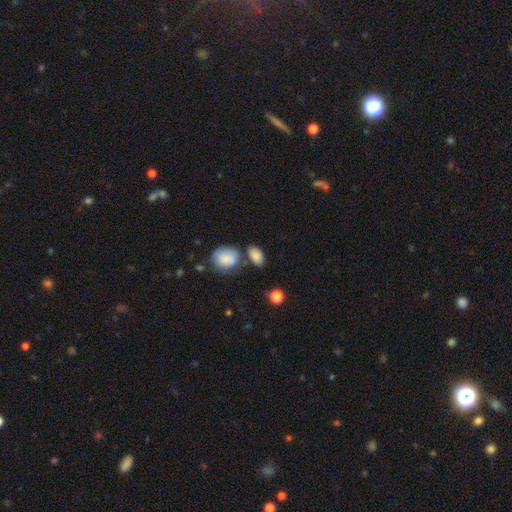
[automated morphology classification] smooth-or-featured: smooth: 85% | star or artifact: 9% | featured or disk: 6%
  how-rounded: in between: 86% | round: 12% | cigar-shaped: 2%
  merging: none: 62% | merger: 17% | minor disturbance: 16% | major disturbance: 5%